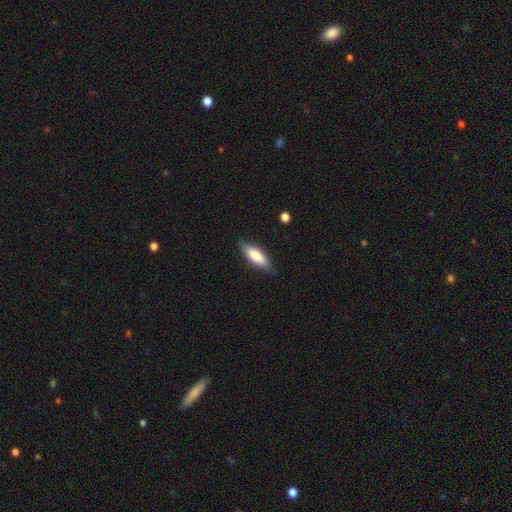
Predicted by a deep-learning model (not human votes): This is likely a smooth galaxy (72%). How rounded: likely in between (61%). Merging: likely none (79%).